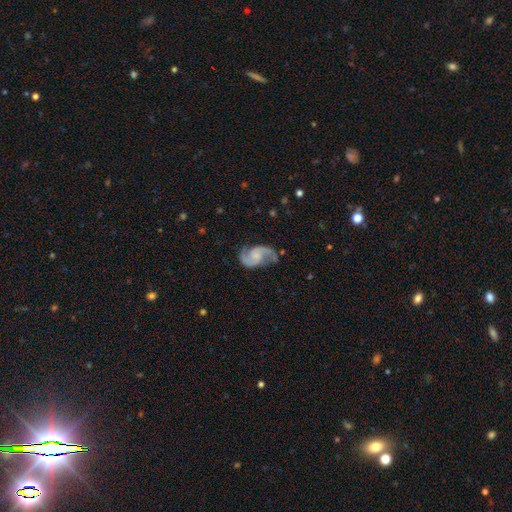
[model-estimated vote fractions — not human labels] smooth-or-featured: featured or disk: 89% | smooth: 6% | star or artifact: 5%
  disk-edge-on: no: 98% | yes: 2%
    bar: no: 55% | weak: 36% | strong: 9%
    has-spiral-arms: yes: 98% | no: 2%
      spiral-winding: medium: 52% | loose: 33% | tight: 15%
      spiral-arm-count: 2: 93% | can't tell: 2% | 1: 2% | 3: 1% | 4: 1% | more than 4: 1%
    bulge-size: none: 48% | small: 28% | moderate: 17% | large: 5% | dominant: 1%
  merging: none: 74% | minor disturbance: 17% | major disturbance: 7% | merger: 2%